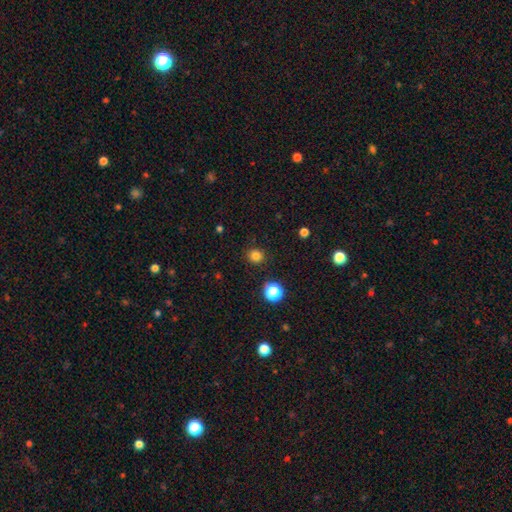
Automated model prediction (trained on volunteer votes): smooth 81%, star or artifact 15%, featured or disk 4%. Down the decision tree: how rounded — round (85%); merging — none (89%).